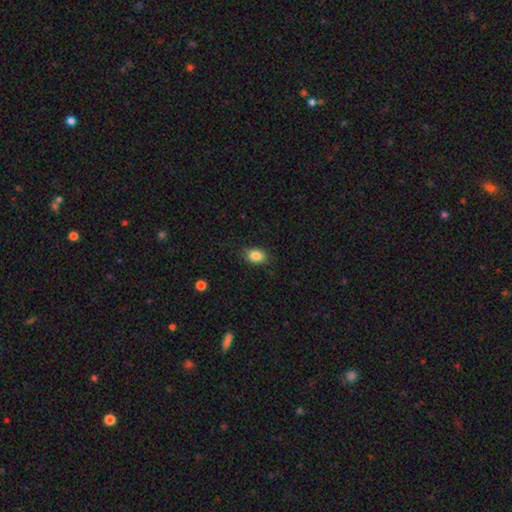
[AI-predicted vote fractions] This is clearly a smooth galaxy (86%). How rounded: likely in between (72%). Merging: clearly none (85%).